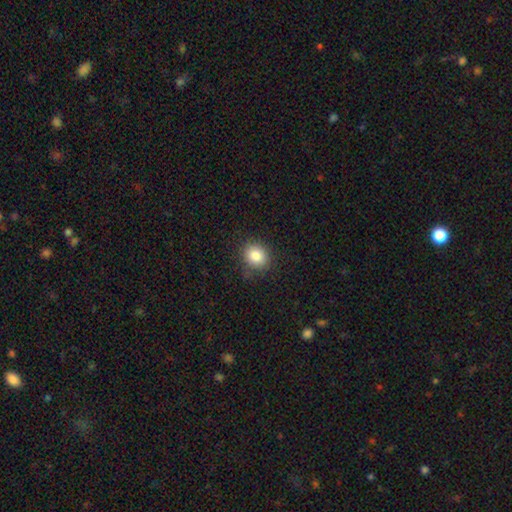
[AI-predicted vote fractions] smooth_or_featured: smooth (p=0.84) [alt: star or artifact p=0.10]
how_rounded: round (p=0.72) [alt: in between p=0.28]
merging: none (p=0.83) [alt: minor disturbance p=0.12]